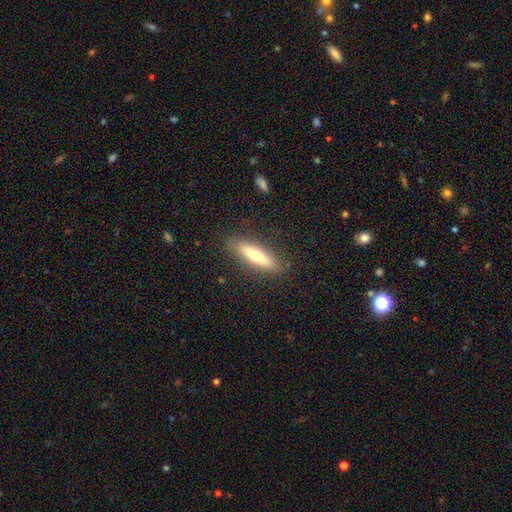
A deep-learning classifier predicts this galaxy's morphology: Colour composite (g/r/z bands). It shows a smooth galaxy with no disk features (53%) that is cigar-shaped (76%). Merging: none (88%).